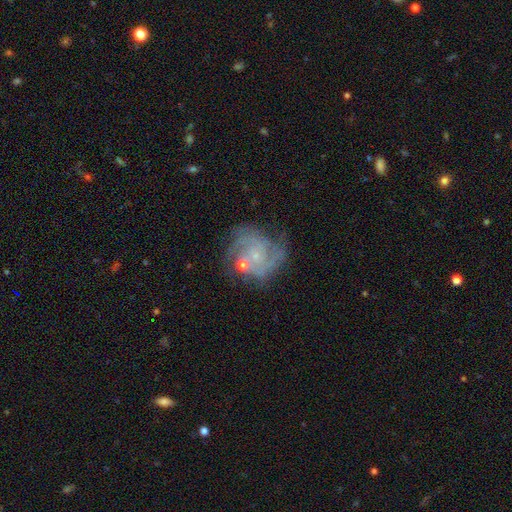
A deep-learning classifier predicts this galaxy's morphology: Overall: featured or disk (83%). Edge-on disk: no (98%). Bar: no (71%). Spiral arms: yes (94%). Spiral arm count: 2 (31%; 3 27%). Spiral winding: tight (49%; medium 40%). Bulge size: small (79%). Merging: none (61%).